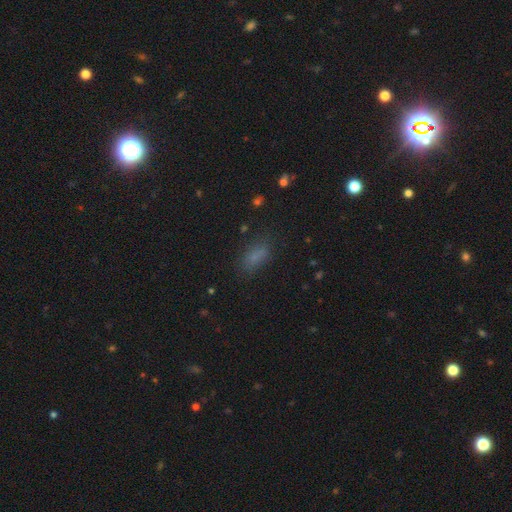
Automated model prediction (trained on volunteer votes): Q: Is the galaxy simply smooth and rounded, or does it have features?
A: smooth — 74%.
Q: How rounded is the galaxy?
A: in between — 83%.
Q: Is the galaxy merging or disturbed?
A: none — 72%.